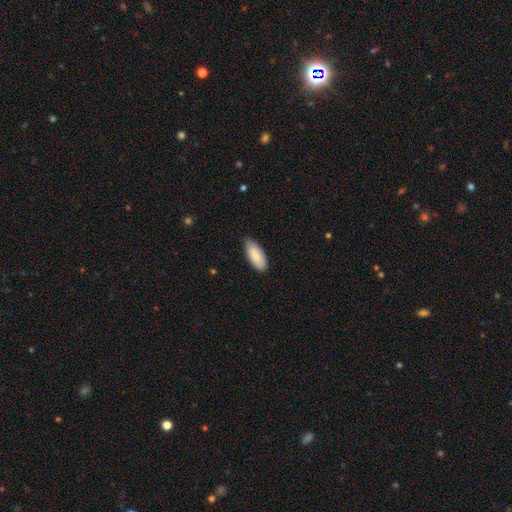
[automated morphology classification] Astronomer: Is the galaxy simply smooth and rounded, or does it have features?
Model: smooth — 87%.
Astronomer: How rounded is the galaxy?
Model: in between — 87%.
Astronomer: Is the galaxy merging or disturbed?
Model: none — 81%.